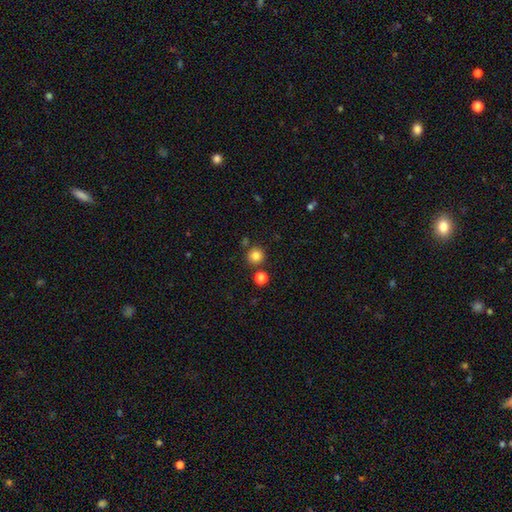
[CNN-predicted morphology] Smooth or featured? smooth (82%)
How rounded? round (93%)
Merging? none (82%)